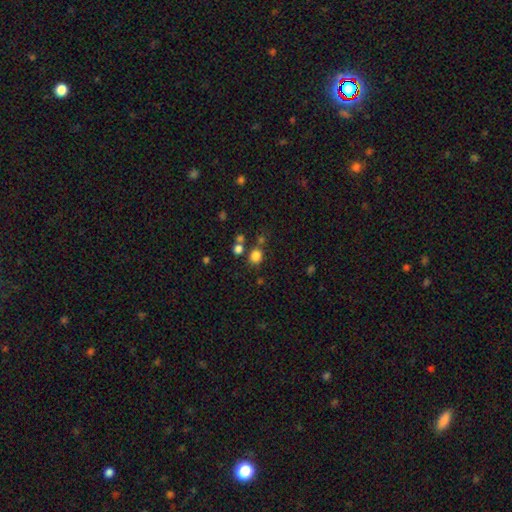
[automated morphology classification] type=smooth (80%); roundness=round (70%); merging=none (73%).